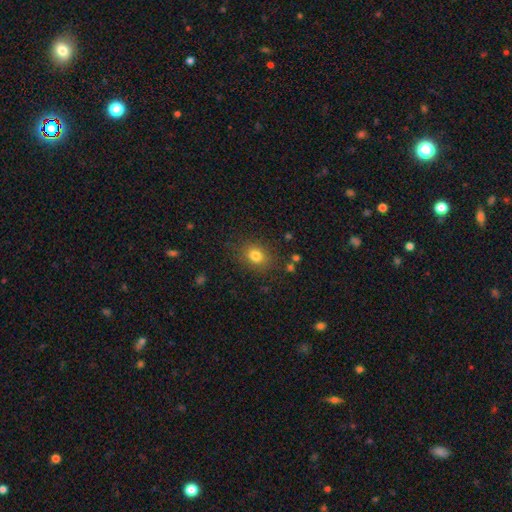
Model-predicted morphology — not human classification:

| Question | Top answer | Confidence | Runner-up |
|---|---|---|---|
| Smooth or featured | smooth | 79% | star or artifact (13%) |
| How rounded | round | 53% | in between (46%) |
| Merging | none | 84% | minor disturbance (11%) |